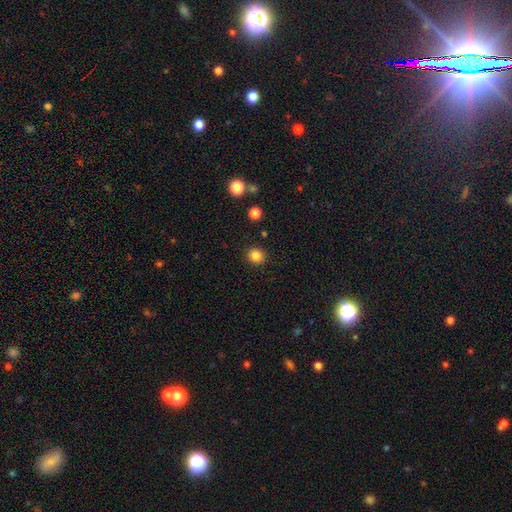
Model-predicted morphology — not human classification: Smooth or featured?
  - smooth: 85% *
  - star or artifact: 11%
  - featured or disk: 4%
How rounded?
  - round: 91% *
  - in between: 9%
  - cigar-shaped: 1%
Merging?
  - none: 91% *
  - minor disturbance: 5%
  - major disturbance: 2%
  - merger: 2%